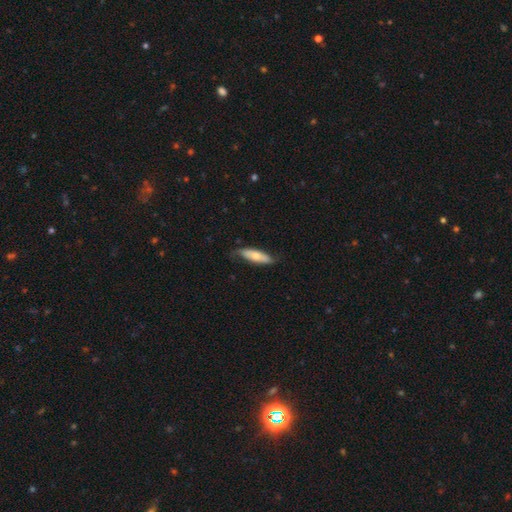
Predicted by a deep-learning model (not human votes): Overall: smooth (63%; featured or disk 31%). How rounded: cigar-shaped (55%; in between 43%). Merging: none (68%).